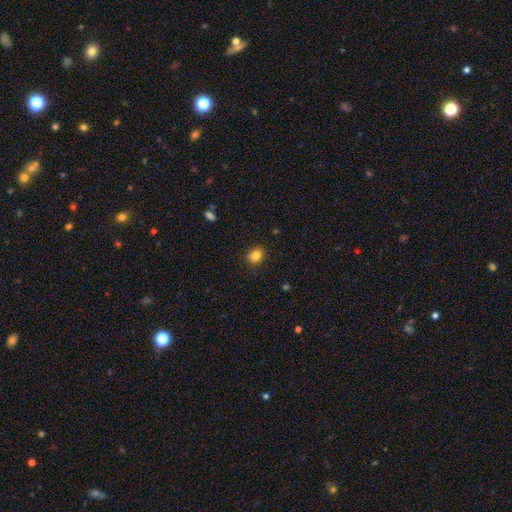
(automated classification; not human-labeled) Smooth or featured? Predicted: smooth (p=0.83). How rounded? Predicted: round (p=0.61). Merging? Predicted: none (p=0.86).